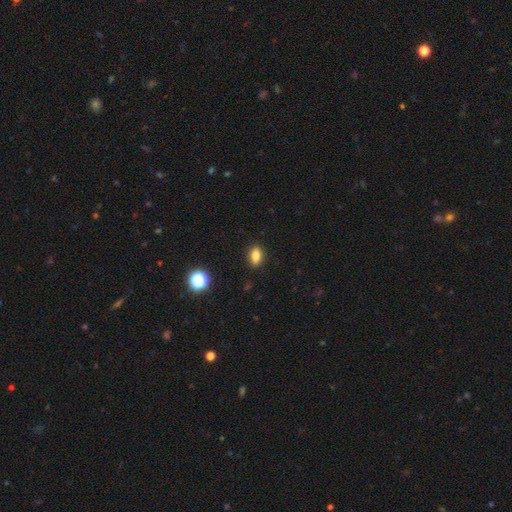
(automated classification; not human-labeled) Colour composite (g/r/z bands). It shows a smooth galaxy with no disk features (81%) that is in between round and cigar-shaped (82%). Merging: none (90%).